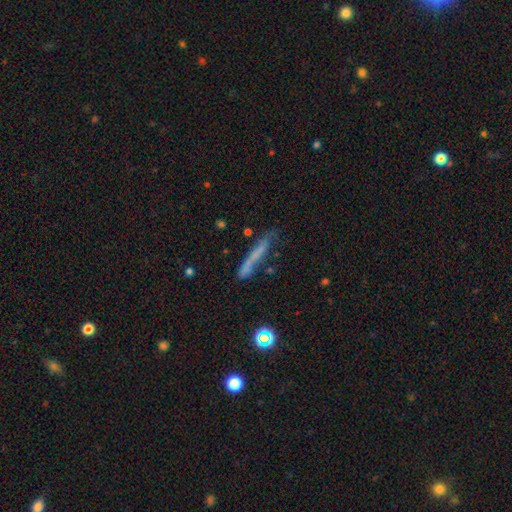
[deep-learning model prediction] smooth_or_featured: smooth (p=0.54) [alt: featured or disk p=0.35]
how_rounded: cigar-shaped (p=0.93) [alt: in between p=0.05]
merging: none (p=0.62) [alt: minor disturbance p=0.23]